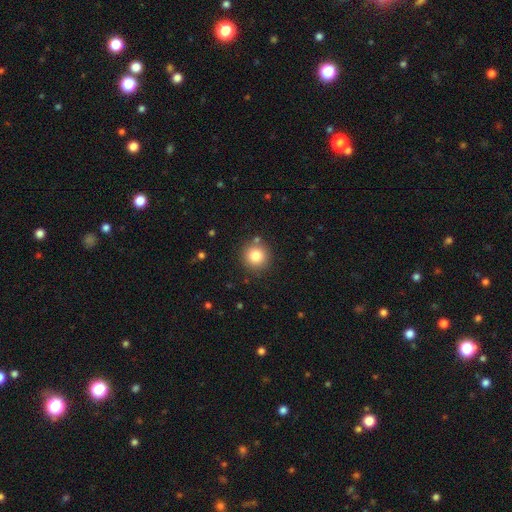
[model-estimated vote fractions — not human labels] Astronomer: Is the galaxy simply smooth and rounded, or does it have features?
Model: smooth — 82%.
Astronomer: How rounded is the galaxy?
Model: round — 93%.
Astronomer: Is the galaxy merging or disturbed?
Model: none — 86%.